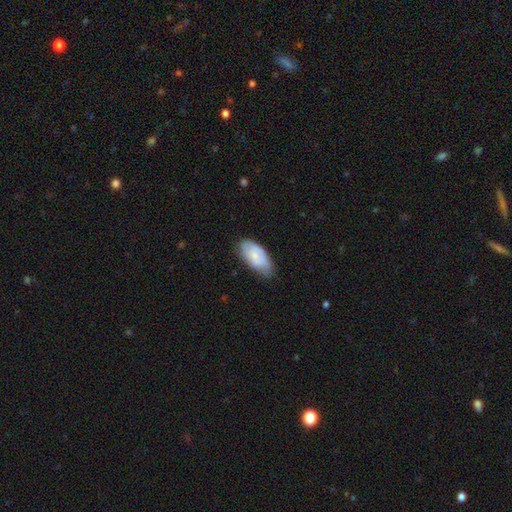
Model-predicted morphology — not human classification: Smooth or featured?
  - smooth: 54% *
  - featured or disk: 40%
  - star or artifact: 6%
How rounded?
  - in between: 92% *
  - cigar-shaped: 5%
  - round: 3%
Merging?
  - none: 62% *
  - minor disturbance: 30%
  - major disturbance: 6%
  - merger: 2%